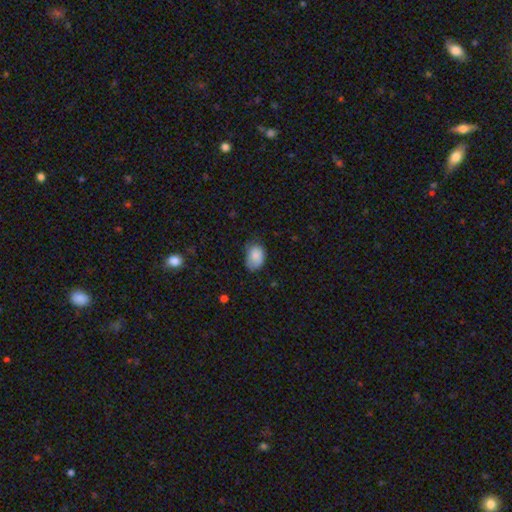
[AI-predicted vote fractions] smooth 84%, featured or disk 8%, star or artifact 8%. Down the decision tree: how rounded — in between (79%); merging — none (53%).